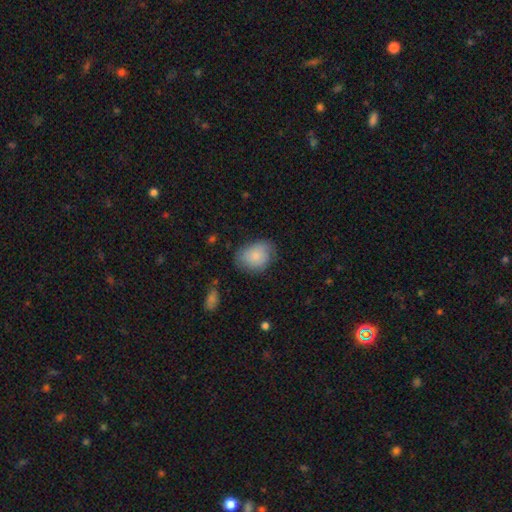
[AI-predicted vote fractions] Q: Smooth or featured?
A: smooth (79%); runner-up: featured or disk (14%)
Q: How rounded?
A: in between (61%); runner-up: round (38%)
Q: Merging?
A: none (64%); runner-up: minor disturbance (26%)